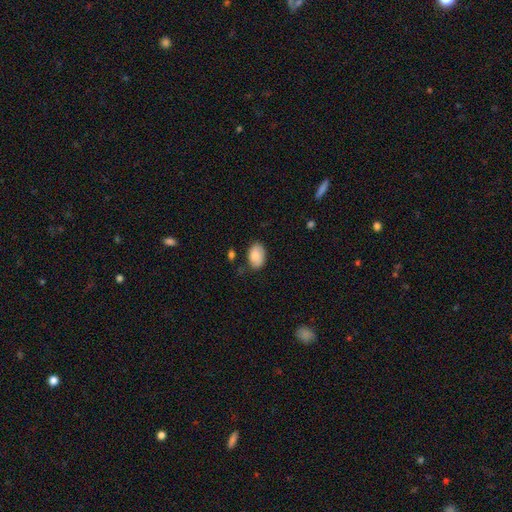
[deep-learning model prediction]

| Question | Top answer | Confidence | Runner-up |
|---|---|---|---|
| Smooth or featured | smooth | 85% | featured or disk (8%) |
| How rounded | in between | 91% | round (8%) |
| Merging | none | 73% | minor disturbance (19%) |